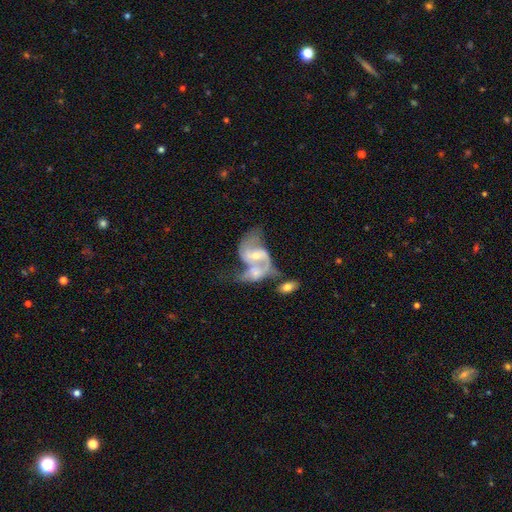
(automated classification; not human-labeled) Smooth or featured? featured or disk (85%)
Edge-on disk? no (97%)
Bar? weak (44%)
Spiral arms? yes (93%)
Spiral winding? loose (47%)
Spiral arm count? 2 (85%)
Bulge size? small (49%)
Merging? merger (56%)